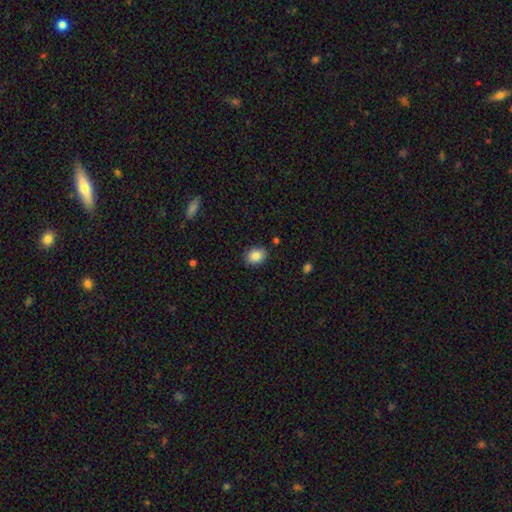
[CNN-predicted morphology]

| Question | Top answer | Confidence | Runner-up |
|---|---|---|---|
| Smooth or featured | smooth | 87% | star or artifact (8%) |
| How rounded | in between | 58% | round (41%) |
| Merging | none | 87% | minor disturbance (9%) |